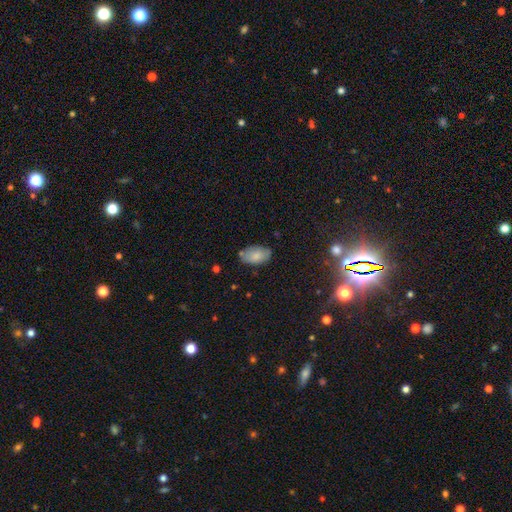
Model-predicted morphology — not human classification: smooth-or-featured: smooth: 80% | featured or disk: 13% | star or artifact: 7%
  how-rounded: in between: 94% | round: 5% | cigar-shaped: 2%
  merging: none: 74% | minor disturbance: 19% | major disturbance: 4% | merger: 3%